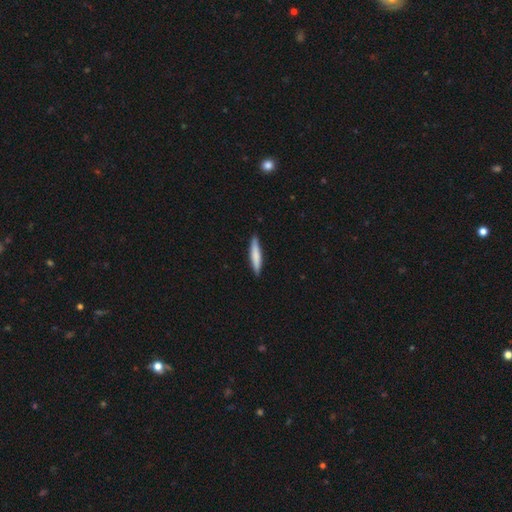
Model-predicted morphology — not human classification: The model was most divided on "smooth or featured": smooth: 75%, featured or disk: 20%, star or artifact: 5%. More confident: how rounded — cigar-shaped (90%); merging — none (89%).